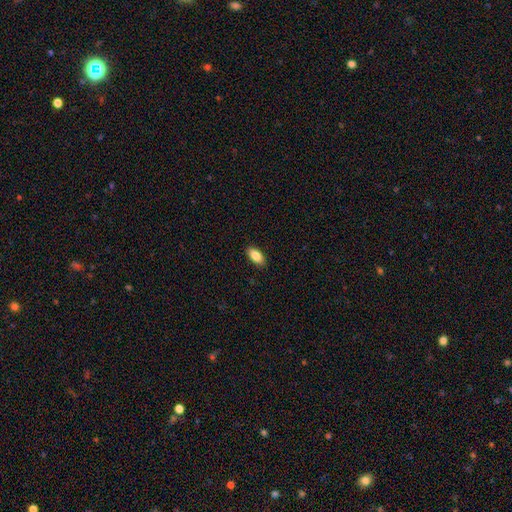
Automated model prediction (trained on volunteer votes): Smooth or featured: smooth — 86% (featured or disk — 7%)
How rounded: in between — 90% (cigar-shaped — 7%)
Merging: none — 89% (minor disturbance — 8%)